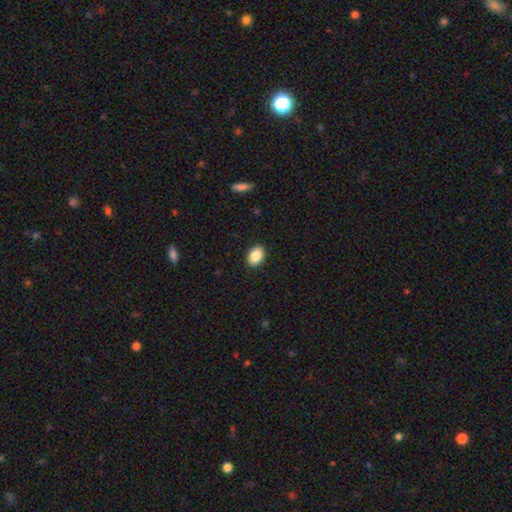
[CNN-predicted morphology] A smooth galaxy with no disk features (88%) that is in between round and cigar-shaped (79%). Merging: none (90%).